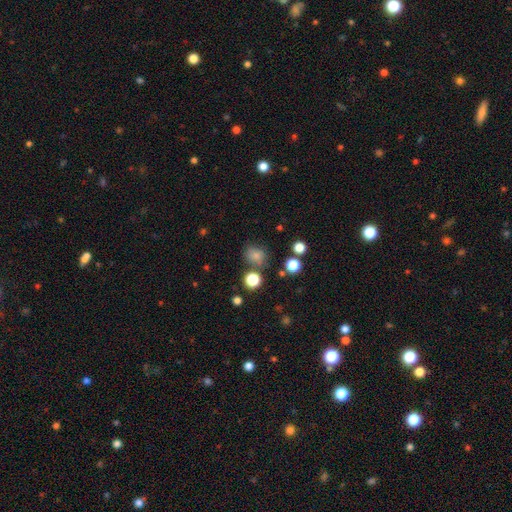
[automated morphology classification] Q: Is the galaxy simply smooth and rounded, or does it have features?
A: smooth — 76%.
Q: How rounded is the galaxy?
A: round — 71%.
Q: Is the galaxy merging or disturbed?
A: none — 73%.